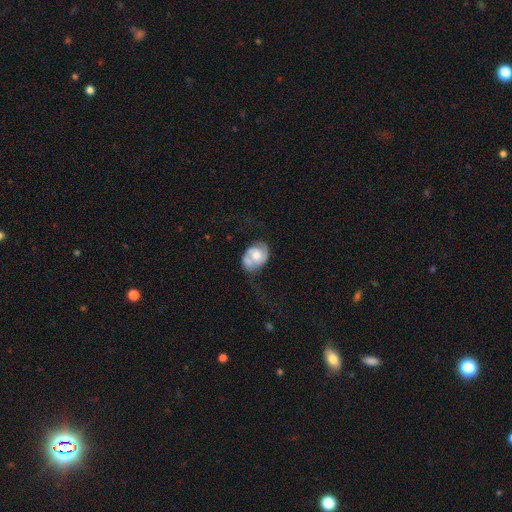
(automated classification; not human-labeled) A featured or disk galaxy (58%) with no bar (69%), spiral arms (76%) and a moderate central bulge (57%). Merging: none (38%).